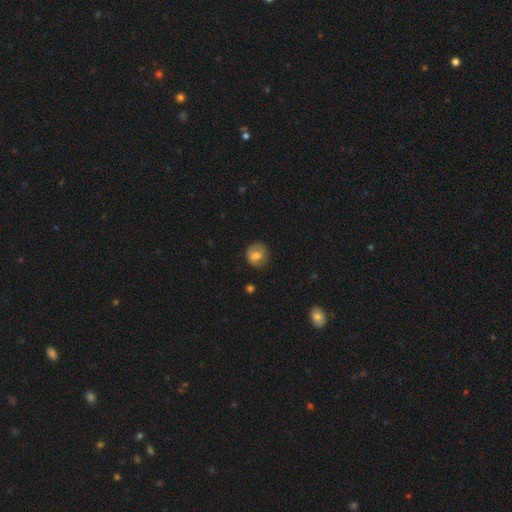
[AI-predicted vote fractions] This is likely a smooth galaxy (64%). How rounded: likely round (78%). Merging: likely none (74%).